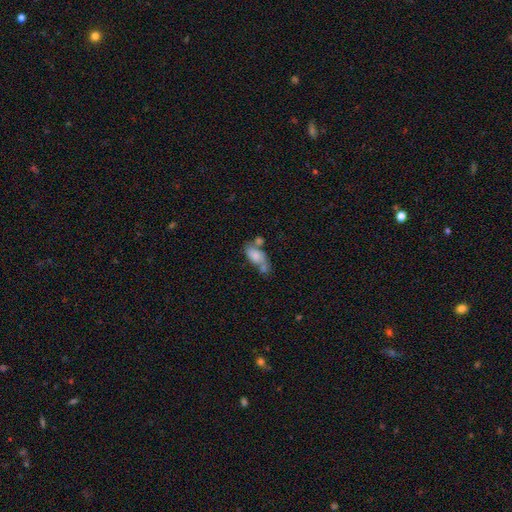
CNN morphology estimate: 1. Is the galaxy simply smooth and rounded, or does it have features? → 69% smooth, 23% featured or disk, 8% star or artifact.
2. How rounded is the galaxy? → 87% in between, 7% cigar-shaped, 7% round.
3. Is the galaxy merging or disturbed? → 40% merger, 31% none, 18% minor disturbance, 11% major disturbance.